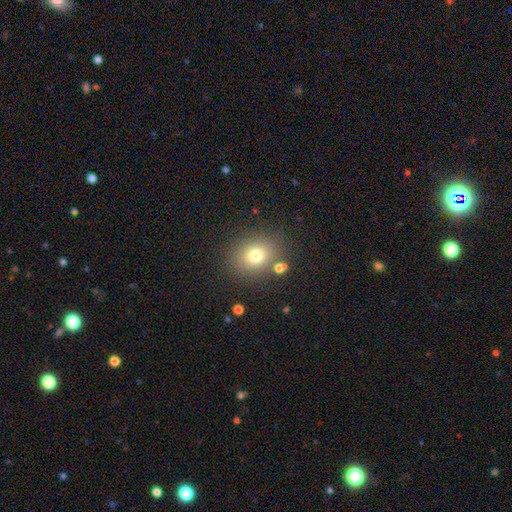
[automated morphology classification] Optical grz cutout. It shows a smooth galaxy with no disk features (76%) that is round (56%). Merging: none (79%).